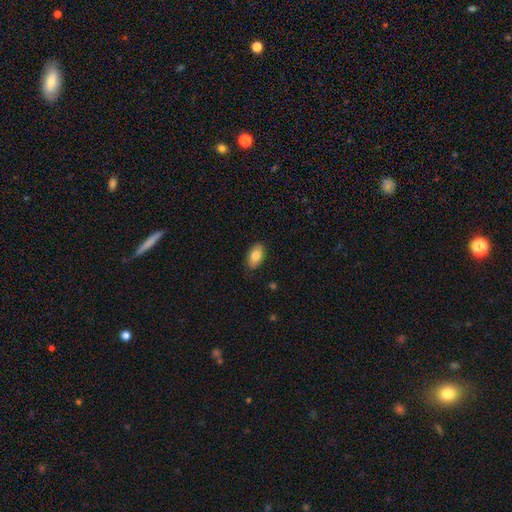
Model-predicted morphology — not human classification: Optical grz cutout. It shows a smooth galaxy with no disk features (83%) that is in between round and cigar-shaped (93%). Merging: none (85%).